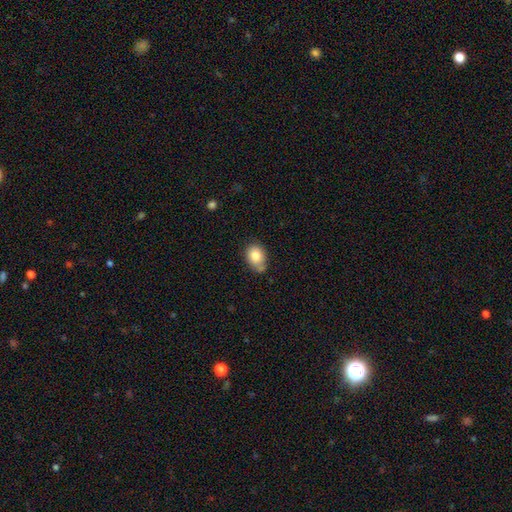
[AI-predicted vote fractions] This appears to be a smooth galaxy with no disk features (81%) that is in between round and cigar-shaped (60%). Merging: none (59%).